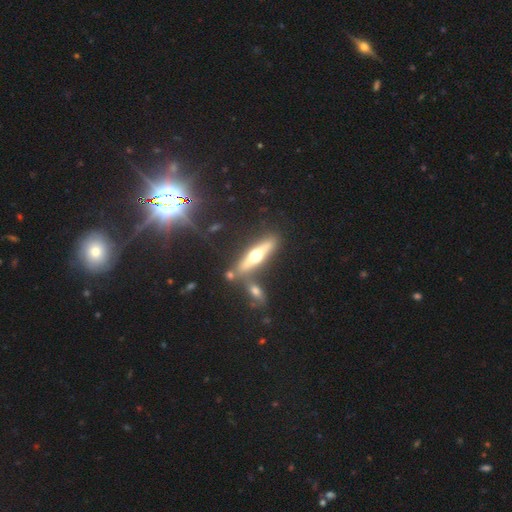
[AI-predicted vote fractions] A featured or disk galaxy (58%) viewed edge-on (90%) with a rounded central bulge (94%). Merging: none (69%).